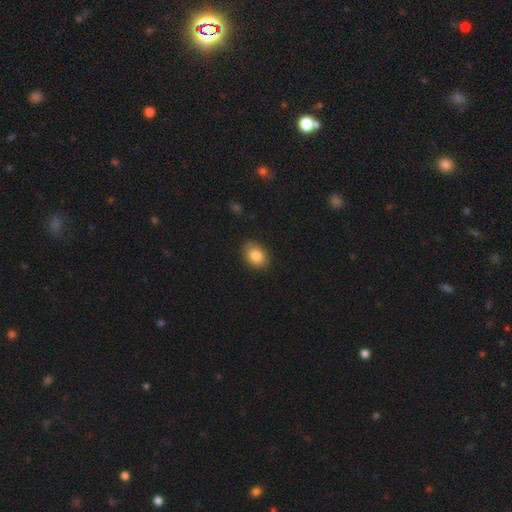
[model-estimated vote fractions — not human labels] The model was most divided on "how rounded": in between: 70%, round: 28%, cigar-shaped: 1%. More confident: merging — none (86%); smooth or featured — smooth (84%).